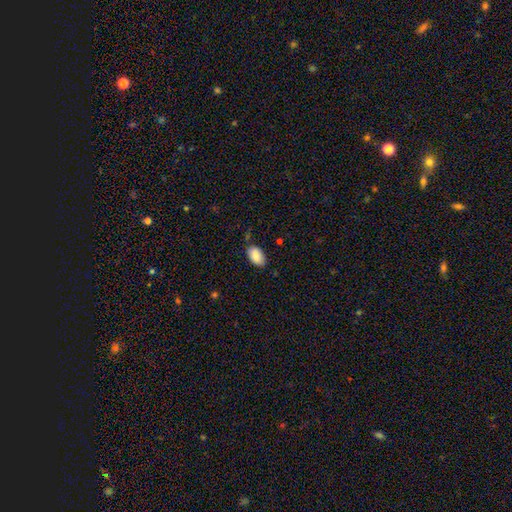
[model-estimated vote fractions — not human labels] A smooth galaxy with no disk features (88%) that is in between round and cigar-shaped (94%).

Vote fractions:
- Smooth or featured? smooth: 88% / star or artifact: 7% / featured or disk: 6%
- How rounded? in between: 94% / round: 5% / cigar-shaped: 1%
- Merging? none: 79% / minor disturbance: 16% / major disturbance: 3% / merger: 2%